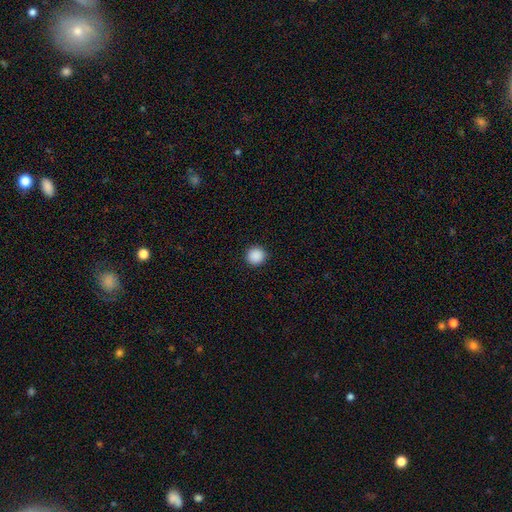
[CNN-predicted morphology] A smooth galaxy with no disk features (89%) that is round (96%). Merging: none (93%).